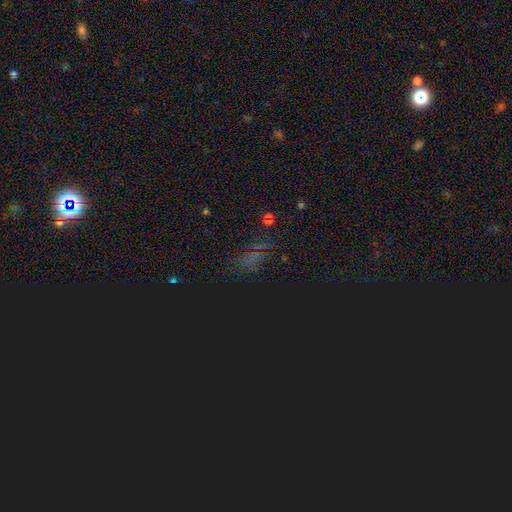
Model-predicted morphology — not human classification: Smooth or featured? Predicted: star or artifact (p=0.63).